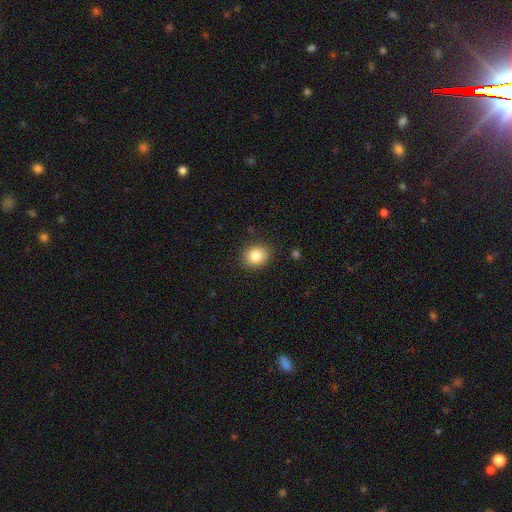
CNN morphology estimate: Overall: smooth (84%). How rounded: round (62%; in between 38%). Merging: none (88%).